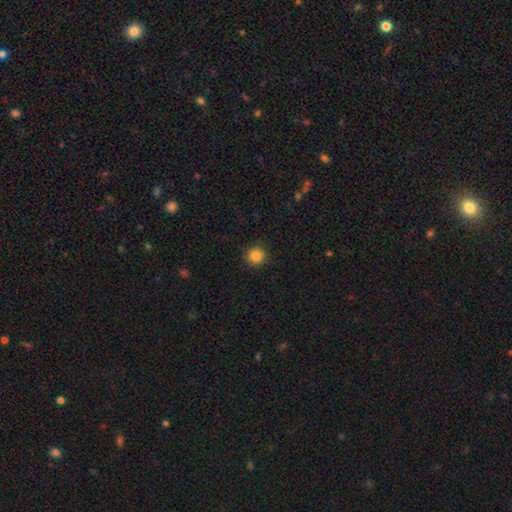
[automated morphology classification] Smooth or featured?
  - smooth: 85% *
  - star or artifact: 11%
  - featured or disk: 4%
How rounded?
  - round: 95% *
  - in between: 4%
  - cigar-shaped: 1%
Merging?
  - none: 92% *
  - minor disturbance: 6%
  - major disturbance: 2%
  - merger: 1%